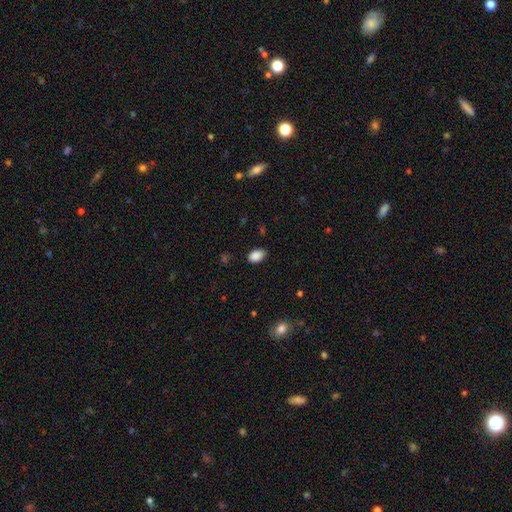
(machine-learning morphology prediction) Smooth or featured? smooth (89%)
How rounded? in between (91%)
Merging? none (82%)